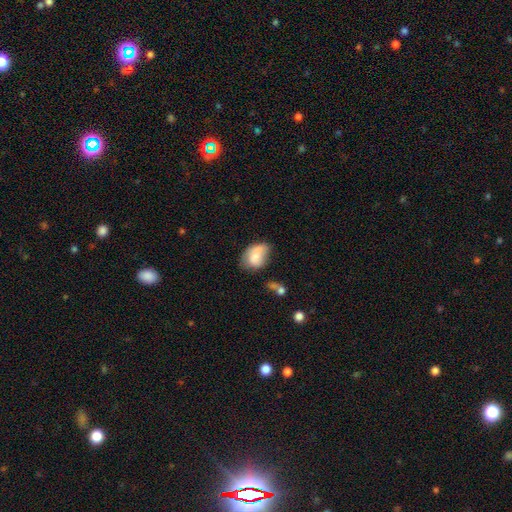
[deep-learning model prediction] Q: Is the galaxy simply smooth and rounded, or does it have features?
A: smooth — 73%.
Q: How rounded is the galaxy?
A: in between — 75%.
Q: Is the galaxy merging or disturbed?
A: minor disturbance — 38%.